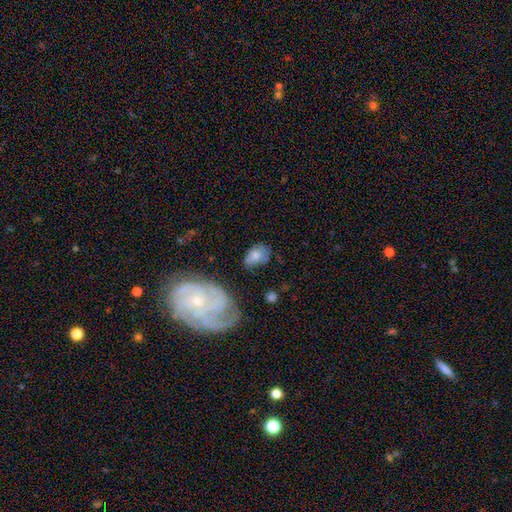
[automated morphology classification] smooth 67%, featured or disk 24%, star or artifact 9%. Down the decision tree: how rounded — in between (77%); merging — none (47%).